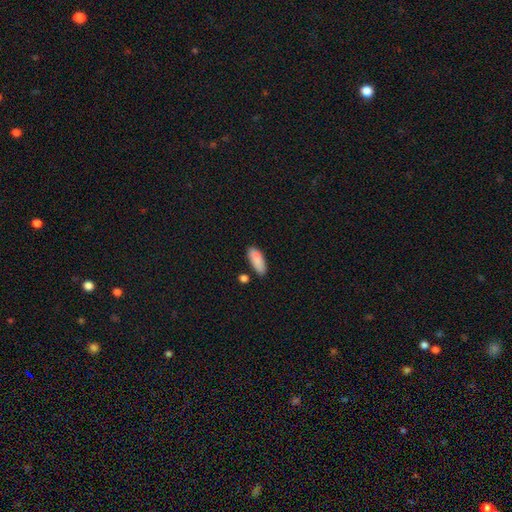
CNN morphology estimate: This appears to be a smooth galaxy with no disk features (86%) that is in between round and cigar-shaped (67%). Merging: none (78%).